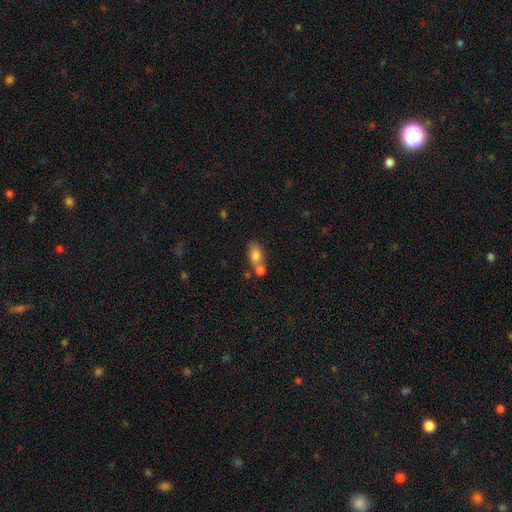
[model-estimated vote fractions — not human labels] Q: Smooth or featured?
A: smooth (78%); runner-up: featured or disk (14%)
Q: How rounded?
A: in between (81%); runner-up: round (14%)
Q: Merging?
A: merger (48%); runner-up: none (36%)